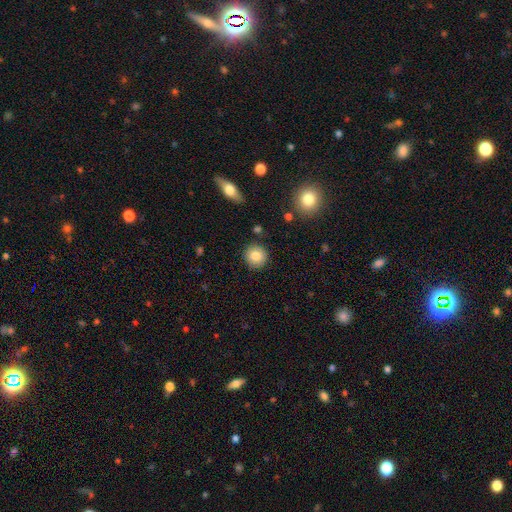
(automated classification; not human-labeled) A smooth galaxy with no disk features (83%) that is round (93%). Merging: none (89%).